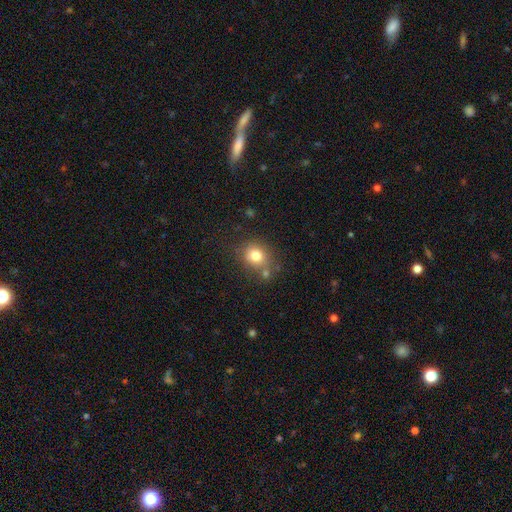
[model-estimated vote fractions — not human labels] smooth-or-featured: smooth: 78% | star or artifact: 12% | featured or disk: 10%
  how-rounded: round: 71% | in between: 28% | cigar-shaped: 1%
  merging: none: 67% | minor disturbance: 15% | merger: 13% | major disturbance: 5%